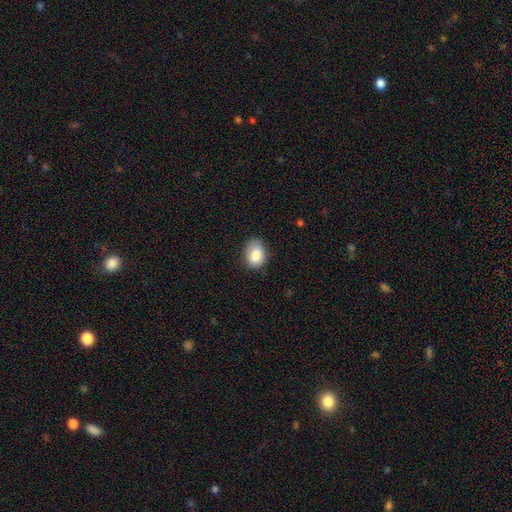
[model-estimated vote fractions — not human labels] Overall: smooth (85%). How rounded: in between (71%). Merging: none (69%).